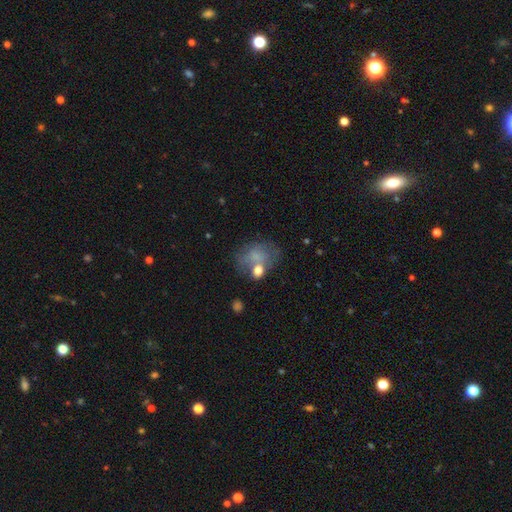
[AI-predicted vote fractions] This appears to be a smooth galaxy with no disk features (55%) that is in between round and cigar-shaped (64%). Merging: none (39%).